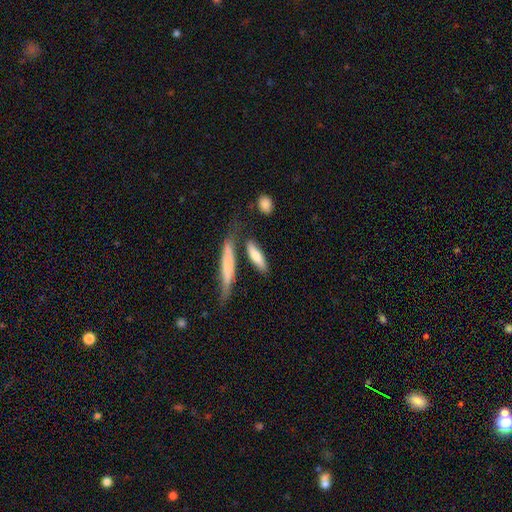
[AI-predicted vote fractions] This appears to be a smooth galaxy with no disk features (70%) that is cigar-shaped (63%). Merging: none (65%).